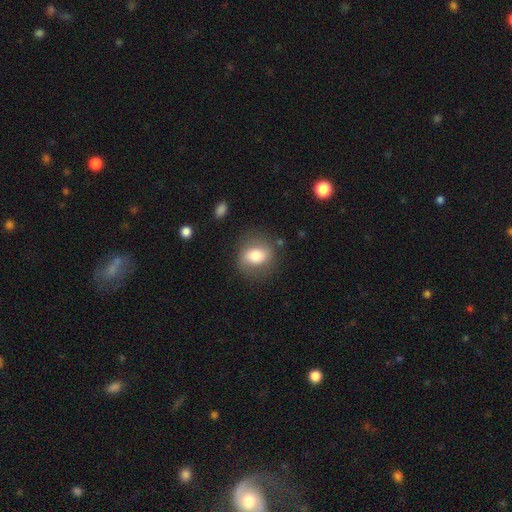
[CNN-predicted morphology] Smooth or featured? Predicted: smooth (p=0.70). How rounded? Predicted: in between (p=0.51). Merging? Predicted: none (p=0.74).